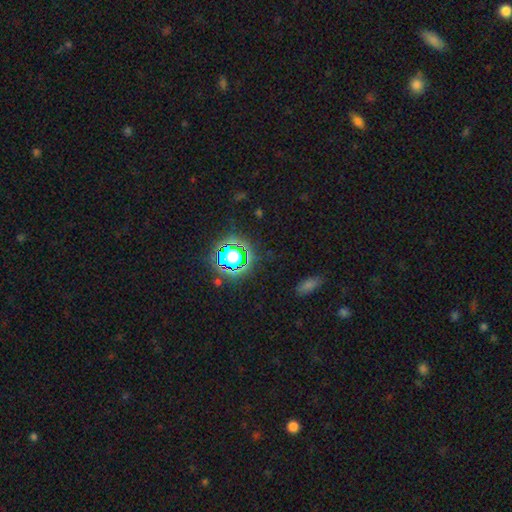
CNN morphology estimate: This appears to be a star or artifact, not a galaxy (71%).